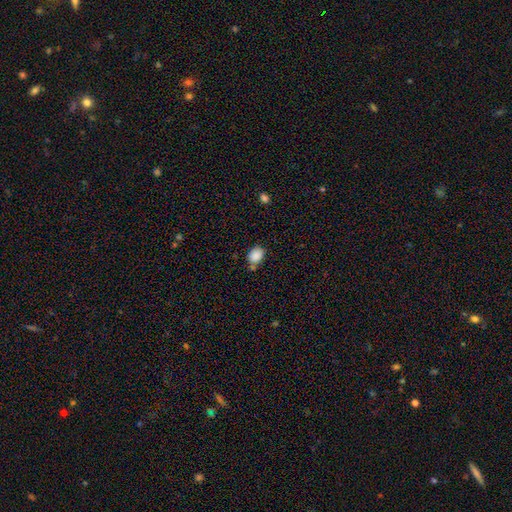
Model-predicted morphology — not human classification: smooth 87%, star or artifact 9%, featured or disk 4%. Down the decision tree: how rounded — in between (65%); merging — none (65%).